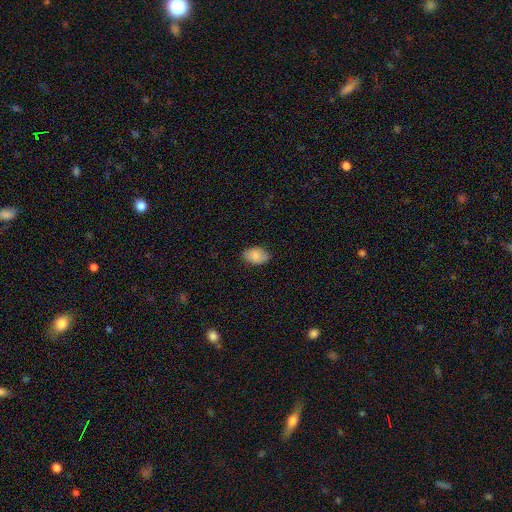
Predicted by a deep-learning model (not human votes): Smooth or featured? smooth (84%)
How rounded? in between (88%)
Merging? none (80%)